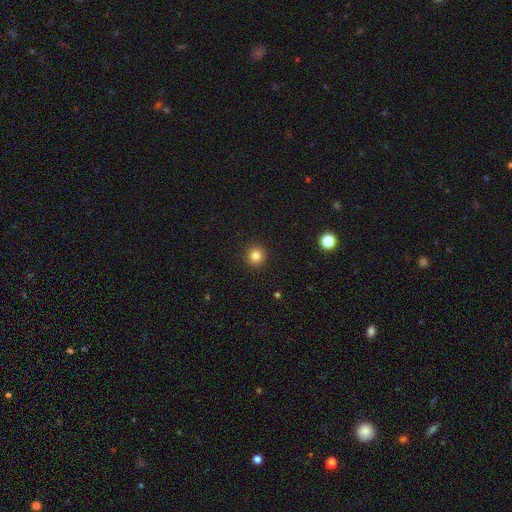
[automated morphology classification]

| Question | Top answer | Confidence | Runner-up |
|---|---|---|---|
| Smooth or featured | smooth | 83% | star or artifact (12%) |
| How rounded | round | 92% | in between (7%) |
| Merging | none | 92% | minor disturbance (5%) |